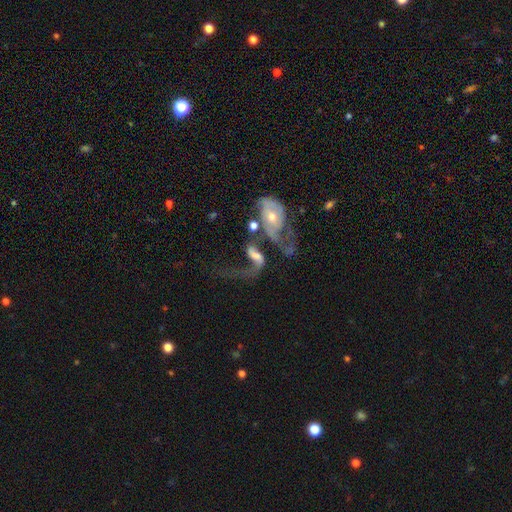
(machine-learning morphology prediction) smooth_or_featured: featured or disk (p=0.74) [alt: smooth p=0.18]
disk_edge_on: no (p=0.94) [alt: yes p=0.06]
bar: no (p=0.41) [alt: weak p=0.38]
has_spiral_arms: yes (p=0.84) [alt: no p=0.16]
spiral_winding: loose (p=0.80) [alt: medium p=0.15]
spiral_arm_count: 2 (p=0.76) [alt: 1 p=0.15]
bulge_size: moderate (p=0.44) [alt: small p=0.32]
merging: merger (p=0.48) [alt: major disturbance p=0.26]